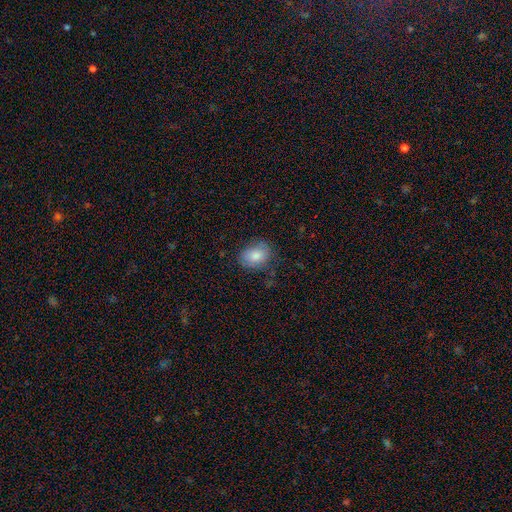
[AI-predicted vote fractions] A smooth galaxy with no disk features (81%) that is in between round and cigar-shaped (68%).

Vote fractions:
- Smooth or featured? smooth: 81% / featured or disk: 11% / star or artifact: 7%
- How rounded? in between: 68% / round: 31% / cigar-shaped: 1%
- Merging? none: 68% / minor disturbance: 24% / major disturbance: 7% / merger: 2%